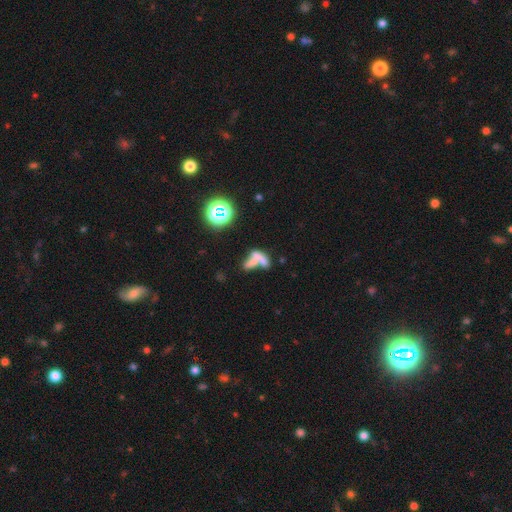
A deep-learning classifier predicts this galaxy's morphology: Smooth or featured? Predicted: smooth (p=0.45). Merging? Predicted: merger (p=0.59).